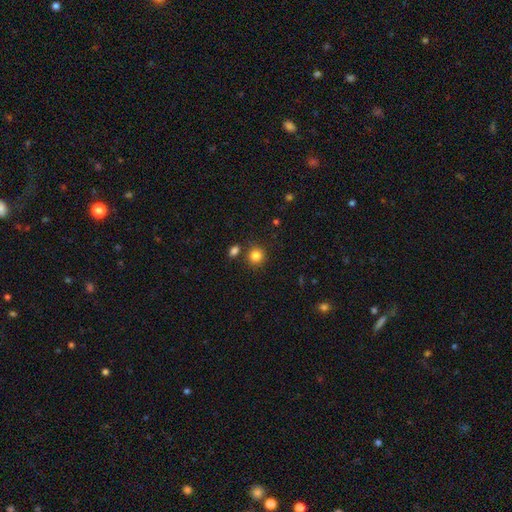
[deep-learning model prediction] smooth_or_featured: smooth (p=0.83) [alt: star or artifact p=0.11]
how_rounded: round (p=0.90) [alt: in between p=0.10]
merging: none (p=0.81) [alt: minor disturbance p=0.08]